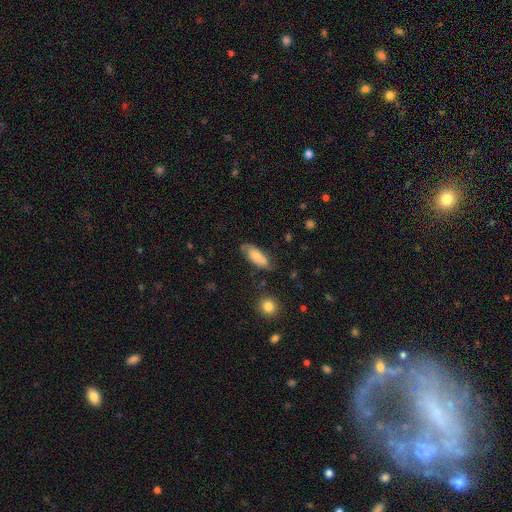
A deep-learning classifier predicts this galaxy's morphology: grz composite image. It shows a smooth galaxy with no disk features (66%) that is in between round and cigar-shaped (79%). Merging: none (69%).